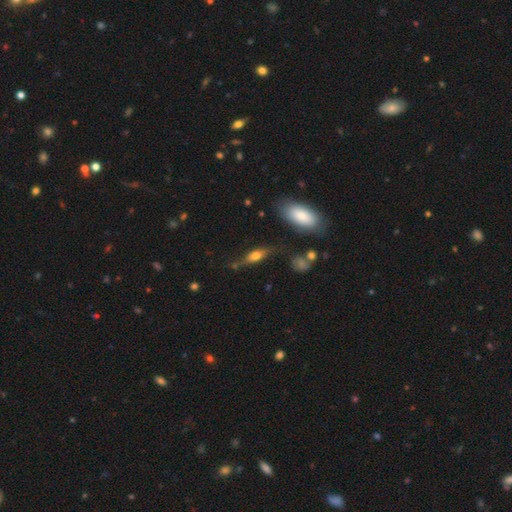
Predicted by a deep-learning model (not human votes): The model was most divided on "smooth or featured": smooth: 50%, featured or disk: 41%, star or artifact: 9%. More confident: merging — none (60%).